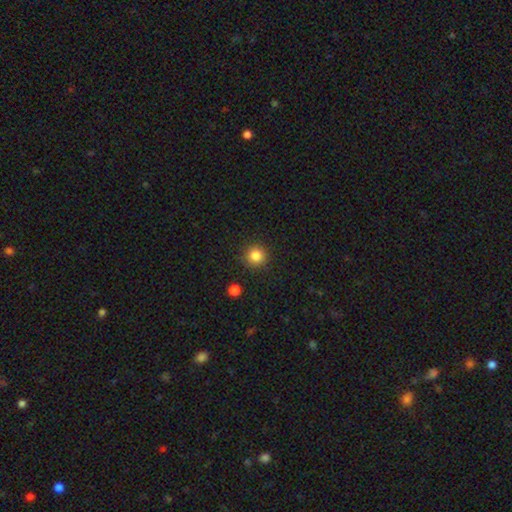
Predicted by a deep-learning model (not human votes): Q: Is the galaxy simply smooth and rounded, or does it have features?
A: smooth — 84%.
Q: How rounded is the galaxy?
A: round — 95%.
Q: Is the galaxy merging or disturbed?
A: none — 91%.